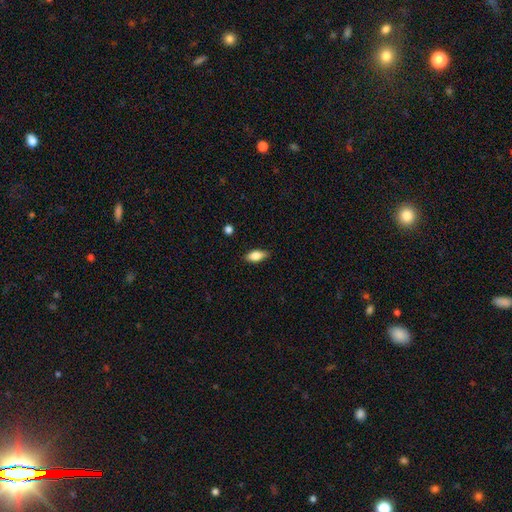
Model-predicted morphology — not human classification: Q: Smooth or featured?
A: smooth (82%); runner-up: featured or disk (11%)
Q: How rounded?
A: in between (85%); runner-up: cigar-shaped (11%)
Q: Merging?
A: none (81%); runner-up: minor disturbance (15%)